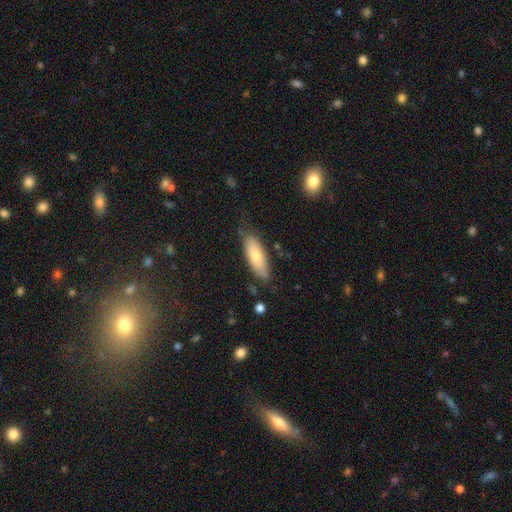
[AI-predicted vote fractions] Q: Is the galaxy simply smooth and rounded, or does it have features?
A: smooth — 74%.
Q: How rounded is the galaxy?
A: in between — 69%.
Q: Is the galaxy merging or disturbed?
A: none — 72%.